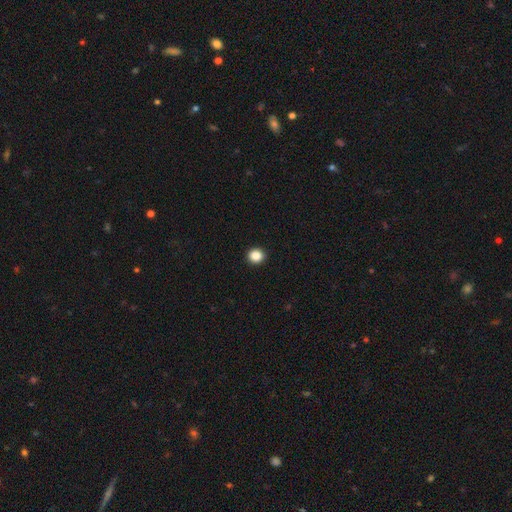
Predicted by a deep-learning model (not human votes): A smooth galaxy with no disk features (86%) that is round (84%).

Vote fractions:
- Smooth or featured? smooth: 86% / star or artifact: 10% / featured or disk: 3%
- How rounded? round: 84% / in between: 15% / cigar-shaped: 1%
- Merging? none: 93% / minor disturbance: 4% / major disturbance: 1% / merger: 1%